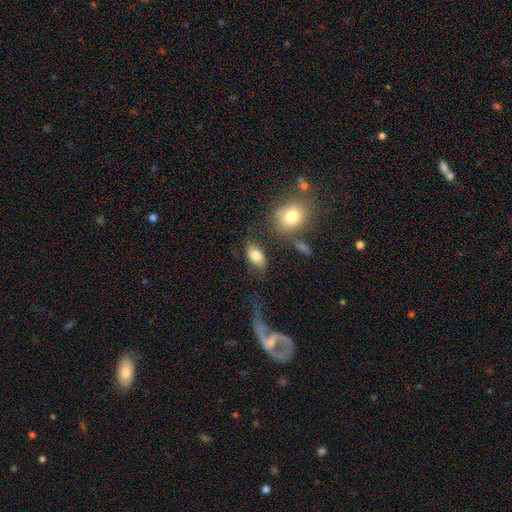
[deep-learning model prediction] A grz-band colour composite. It shows a smooth galaxy with no disk features (79%) that is in between round and cigar-shaped (89%). Merging: none (68%).